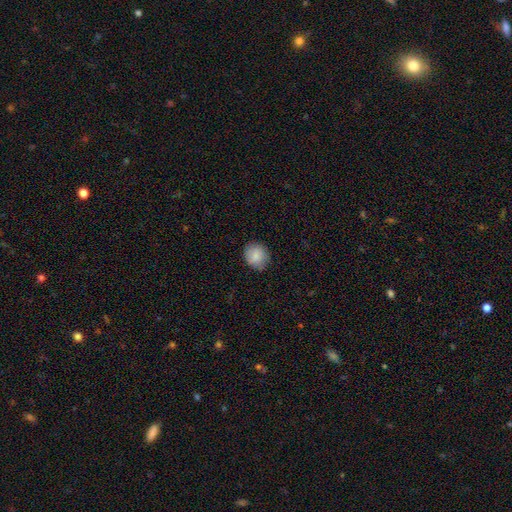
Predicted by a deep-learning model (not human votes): Overall: smooth (86%). How rounded: round (79%). Merging: none (84%).